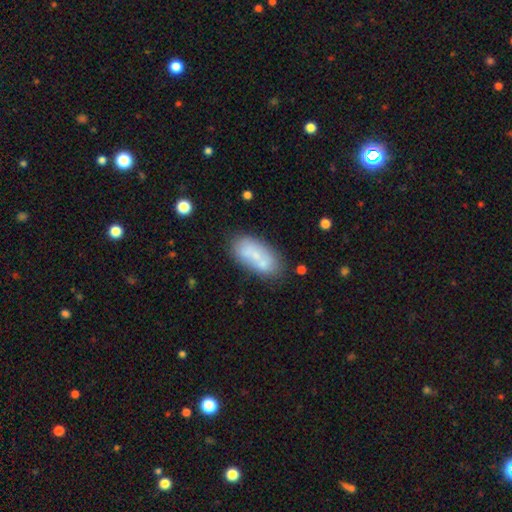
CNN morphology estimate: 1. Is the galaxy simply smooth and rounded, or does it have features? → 63% smooth, 28% featured or disk, 8% star or artifact.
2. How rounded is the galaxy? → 87% in between, 9% cigar-shaped, 4% round.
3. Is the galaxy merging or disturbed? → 50% none, 27% merger, 17% minor disturbance, 7% major disturbance.